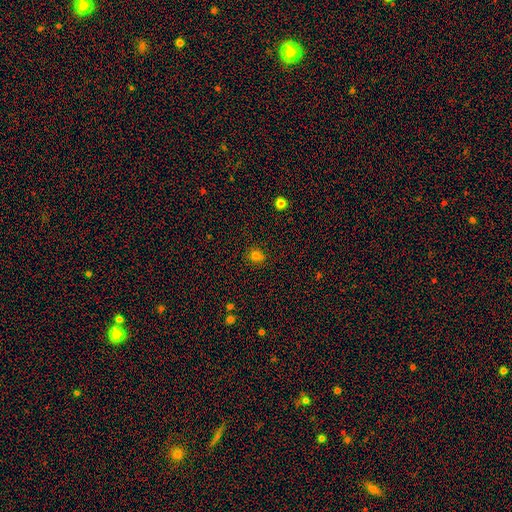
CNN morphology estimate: Smooth or featured? smooth (76%)
How rounded? round (75%)
Merging? none (79%)